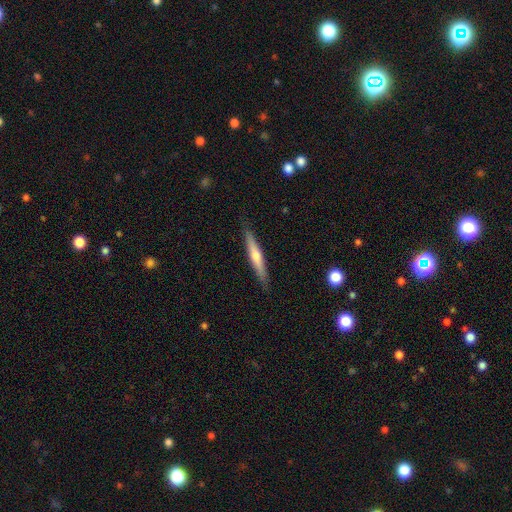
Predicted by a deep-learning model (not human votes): Smooth or featured: featured or disk — 52% (smooth — 43%)
Edge-on disk: yes — 95% (no — 5%)
Merging: none — 89% (minor disturbance — 9%)